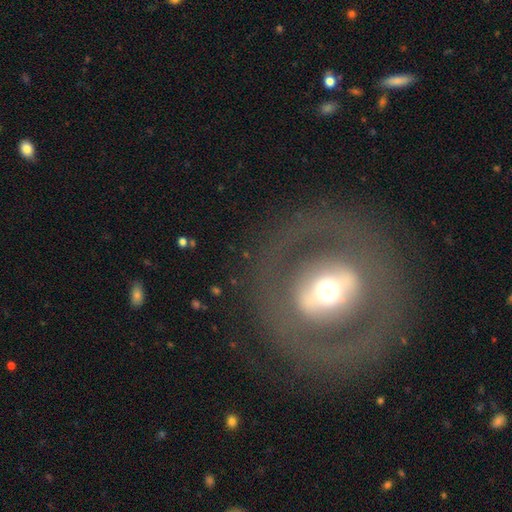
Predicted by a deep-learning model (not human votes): A featured or disk galaxy (64%) with no bar (41%), no spiral arms (81%) and a moderate central bulge (59%).

Vote fractions:
- Smooth or featured? featured or disk: 64% / smooth: 28% / star or artifact: 8%
- Edge-on disk? no: 91% / yes: 9%
- Bar? no: 41% / strong: 32% / weak: 27%
- Spiral arms? no: 81% / yes: 19%
- Bulge size? moderate: 59% / large: 24% / small: 12% / dominant: 4% / none: 1%
- Merging? none: 82% / minor disturbance: 9% / major disturbance: 7% / merger: 2%